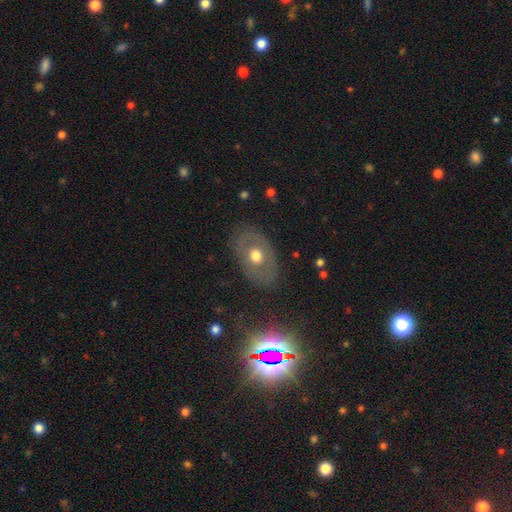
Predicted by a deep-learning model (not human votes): Smooth or featured? featured or disk (47%)
Merging? none (80%)